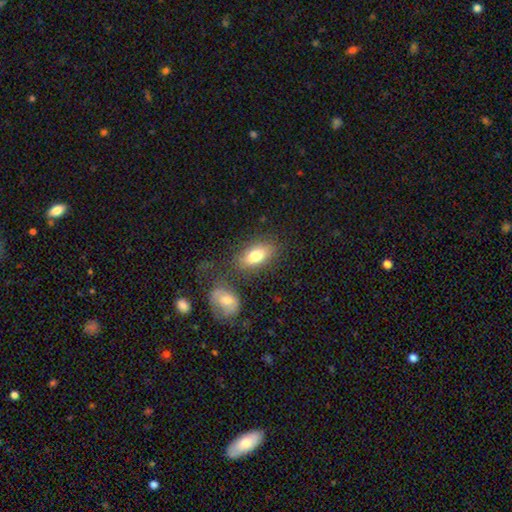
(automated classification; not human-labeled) smooth 78%, featured or disk 14%, star or artifact 8%. Down the decision tree: how rounded — in between (88%); merging — none (74%).